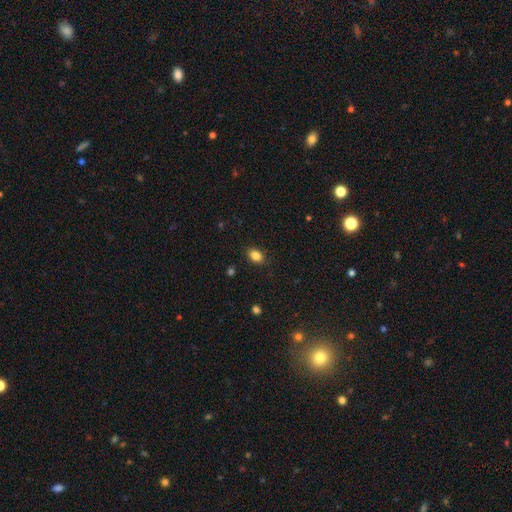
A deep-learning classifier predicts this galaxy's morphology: type=smooth (85%); roundness=in between (78%); merging=none (87%).